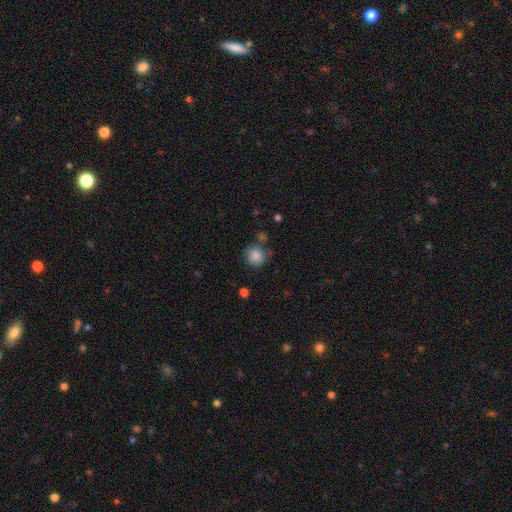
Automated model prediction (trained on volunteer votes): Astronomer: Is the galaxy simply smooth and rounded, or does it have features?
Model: smooth — 86%.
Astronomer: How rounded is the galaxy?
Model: round — 91%.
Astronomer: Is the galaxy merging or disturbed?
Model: none — 73%.